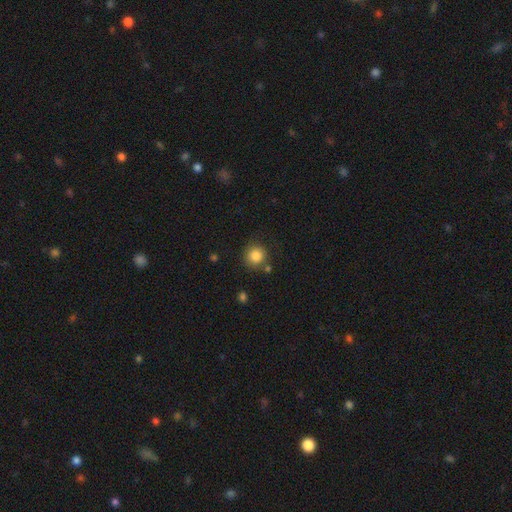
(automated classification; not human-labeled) This appears to be a smooth galaxy with no disk features (85%) that is round (92%). Merging: none (80%).